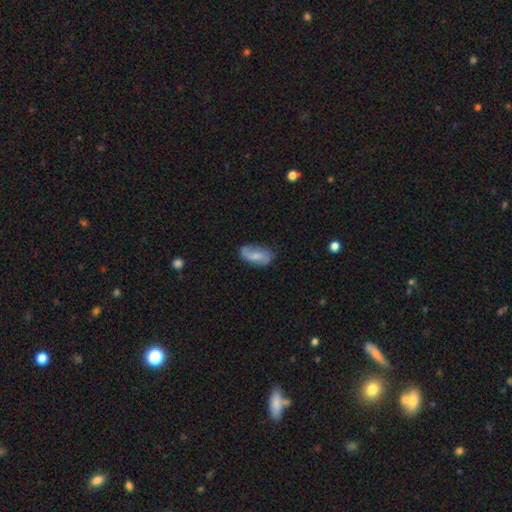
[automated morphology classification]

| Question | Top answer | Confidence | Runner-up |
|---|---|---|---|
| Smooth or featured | smooth | 51% | featured or disk (42%) |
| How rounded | in between | 89% | cigar-shaped (6%) |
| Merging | none | 59% | minor disturbance (27%) |